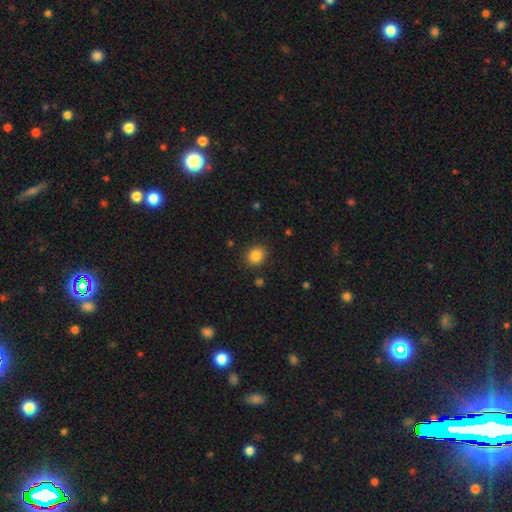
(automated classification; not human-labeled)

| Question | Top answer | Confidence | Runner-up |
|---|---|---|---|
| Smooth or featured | smooth | 85% | star or artifact (11%) |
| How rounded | round | 76% | in between (23%) |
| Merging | none | 88% | minor disturbance (8%) |